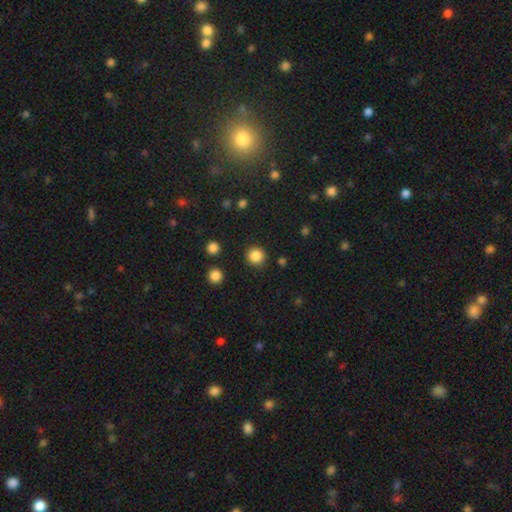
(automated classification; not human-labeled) This appears to be a smooth galaxy with no disk features (86%) that is round (92%). Merging: none (90%).